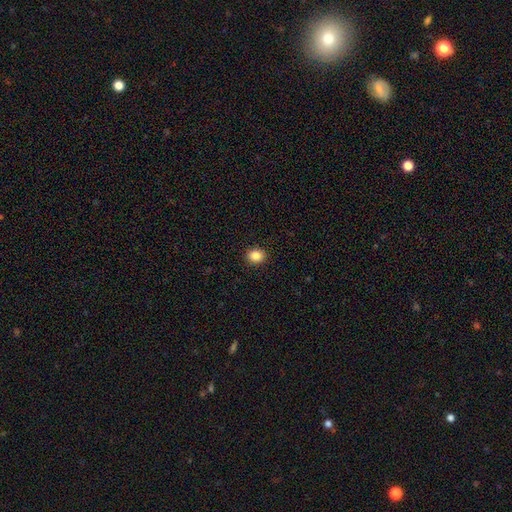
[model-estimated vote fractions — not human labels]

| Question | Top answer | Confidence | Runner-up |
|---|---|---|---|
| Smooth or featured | smooth | 87% | star or artifact (10%) |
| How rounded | round | 68% | in between (31%) |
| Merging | none | 91% | minor disturbance (6%) |